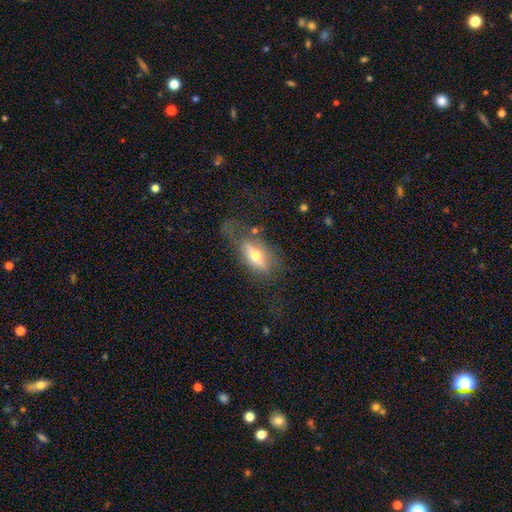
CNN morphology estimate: smooth 56%, featured or disk 36%, star or artifact 8%. Down the decision tree: how rounded — in between (77%); merging — none (45%).